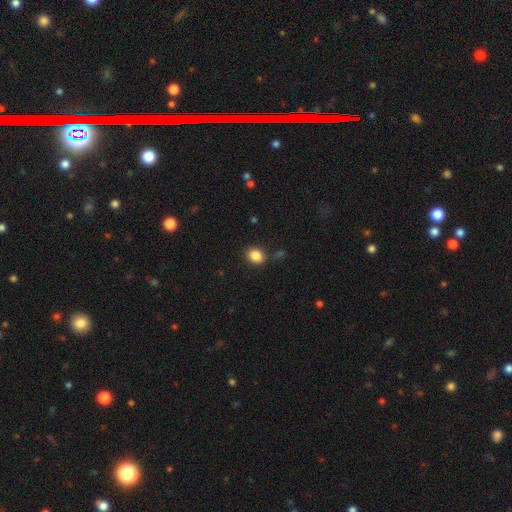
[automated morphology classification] This appears to be a smooth galaxy with no disk features (86%) that is in between round and cigar-shaped (54%). Merging: none (82%).